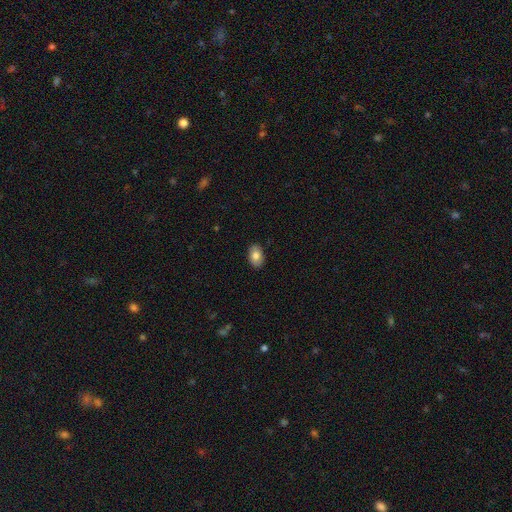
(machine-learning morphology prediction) A smooth galaxy with no disk features (80%) that is in between round and cigar-shaped (89%). Merging: none (89%).